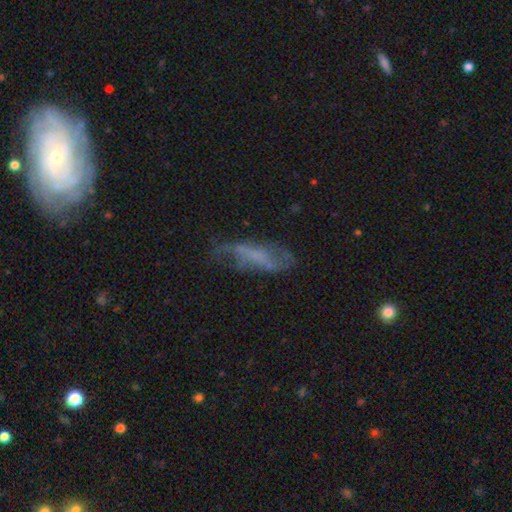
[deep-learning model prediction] smooth_or_featured: featured or disk (p=0.54) [alt: smooth p=0.35]
disk_edge_on: no (p=0.77) [alt: yes p=0.23]
merging: none (p=0.47) [alt: minor disturbance p=0.28]